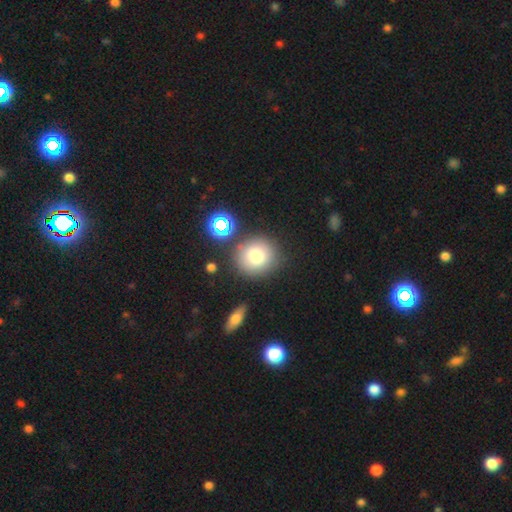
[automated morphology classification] A smooth galaxy with no disk features (78%) that is round (88%). Merging: none (80%).